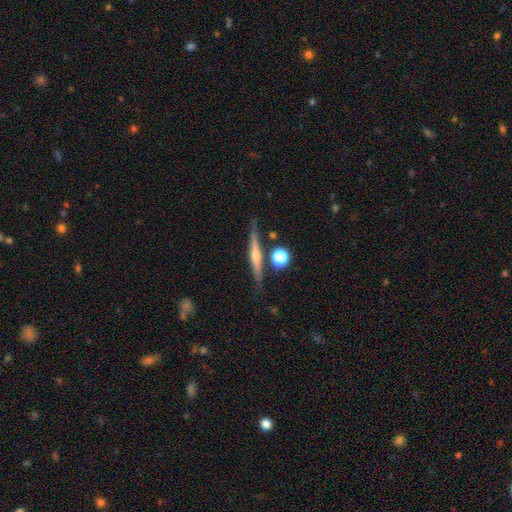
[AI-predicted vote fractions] Smooth or featured?
  - featured or disk: 72% *
  - smooth: 21%
  - star or artifact: 7%
Edge-on disk?
  - yes: 97% *
  - no: 3%
Edge-on bulge?
  - rounded: 82% *
  - none: 11%
  - boxy: 7%
Merging?
  - none: 83% *
  - minor disturbance: 9%
  - merger: 5%
  - major disturbance: 2%